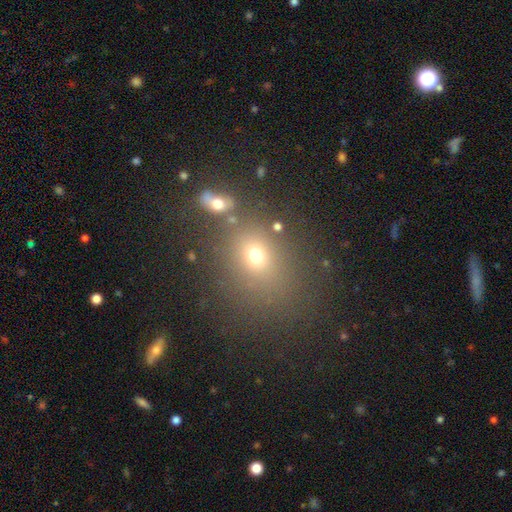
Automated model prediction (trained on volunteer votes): This is likely a smooth galaxy (68%). How rounded: possibly round (55%). Merging: likely none (71%).